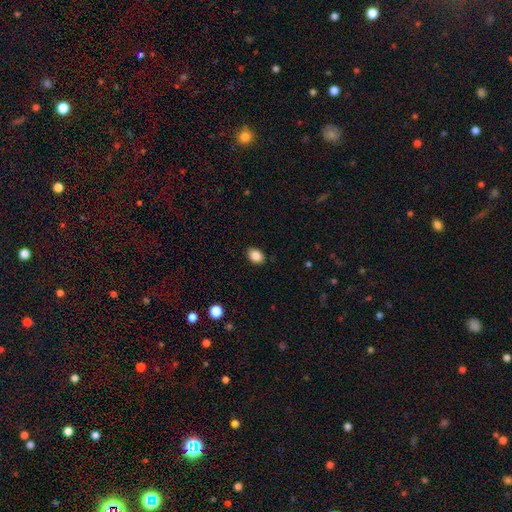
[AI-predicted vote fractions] Smooth or featured? Predicted: smooth (p=0.87). How rounded? Predicted: in between (p=0.71). Merging? Predicted: none (p=0.88).